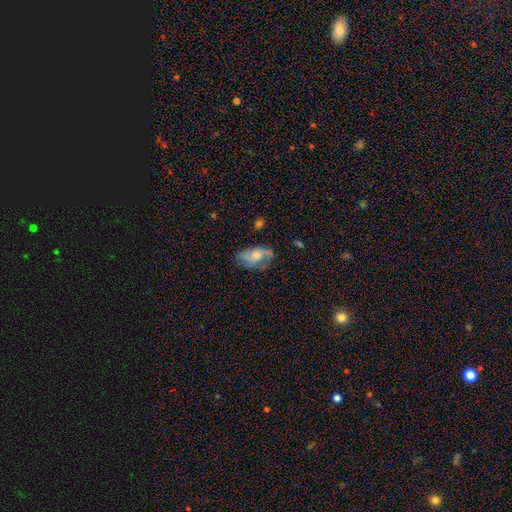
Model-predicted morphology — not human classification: Smooth or featured?
  - smooth: 51% *
  - featured or disk: 41%
  - star or artifact: 8%
How rounded?
  - in between: 90% *
  - round: 6%
  - cigar-shaped: 4%
Merging?
  - none: 51% *
  - minor disturbance: 30%
  - major disturbance: 16%
  - merger: 3%